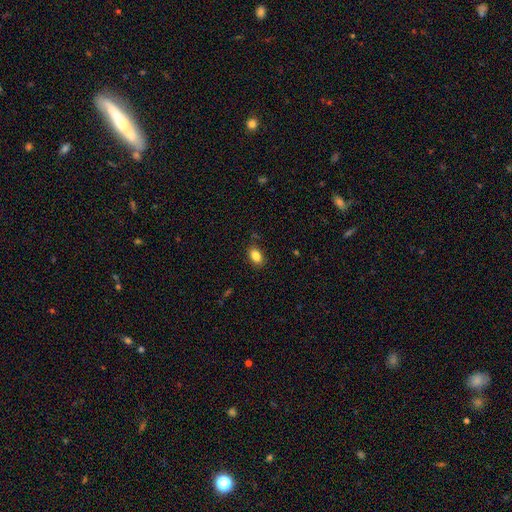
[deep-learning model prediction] smooth_or_featured: smooth (p=0.85) [alt: star or artifact p=0.09]
how_rounded: in between (p=0.86) [alt: round p=0.12]
merging: none (p=0.85) [alt: minor disturbance p=0.11]